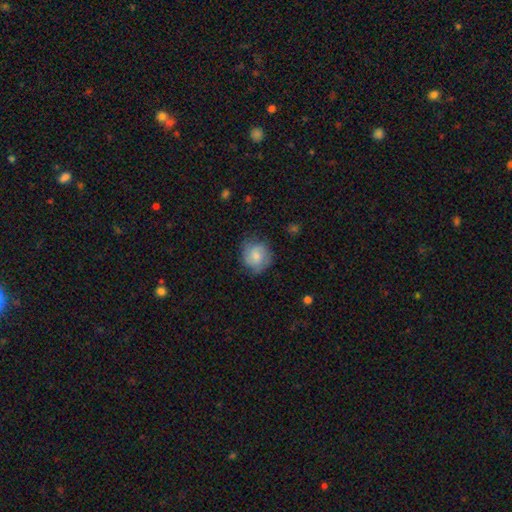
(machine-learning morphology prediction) This appears to be a smooth galaxy with no disk features (62%) that is round (82%). Merging: none (72%).